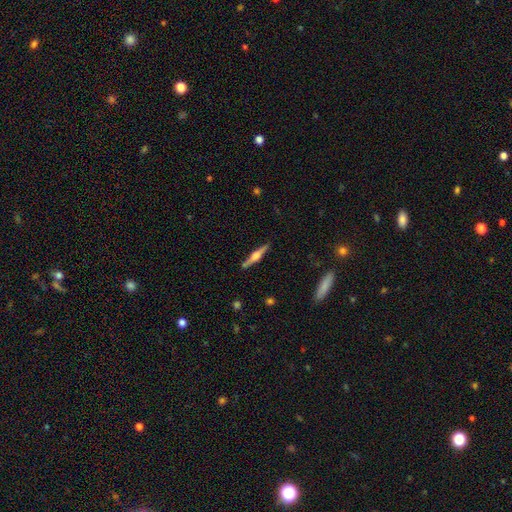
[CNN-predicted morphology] Smooth or featured?
  - featured or disk: 70% *
  - smooth: 24%
  - star or artifact: 6%
Edge-on disk?
  - yes: 98% *
  - no: 2%
Edge-on bulge?
  - rounded: 84% *
  - boxy: 12%
  - none: 4%
Merging?
  - none: 87% *
  - minor disturbance: 9%
  - merger: 2%
  - major disturbance: 2%